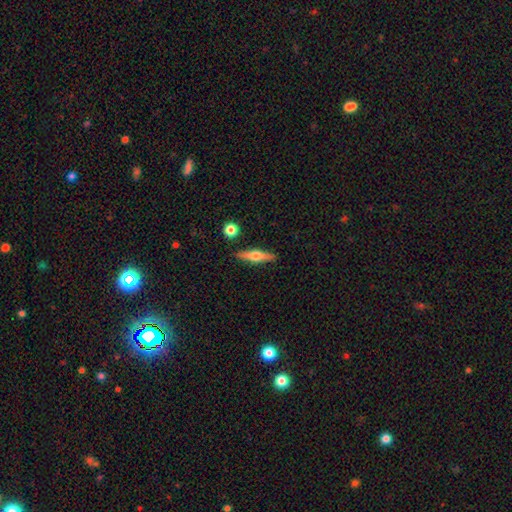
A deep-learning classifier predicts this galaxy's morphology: This is possibly a featured or disk galaxy (50%). Merging: clearly none (87%).